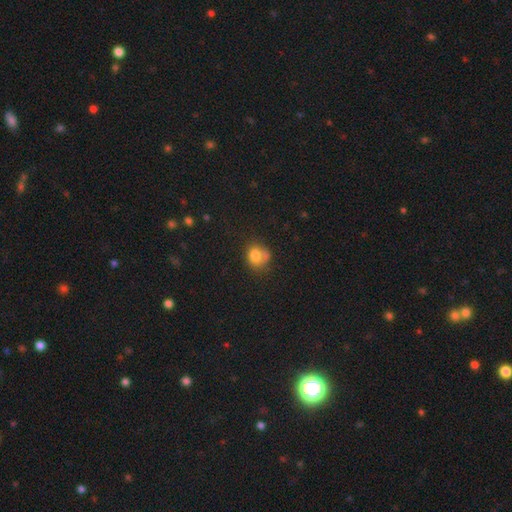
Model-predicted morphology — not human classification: Smooth or featured: smooth — 78% (featured or disk — 12%)
How rounded: round — 65% (in between — 34%)
Merging: none — 46% (minor disturbance — 24%)